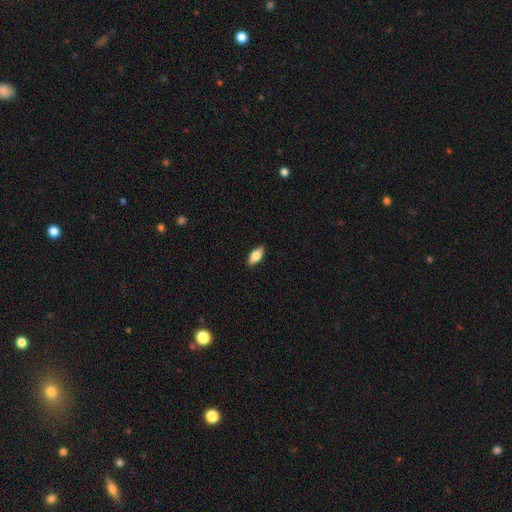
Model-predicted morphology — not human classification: smooth-or-featured: smooth: 68% | featured or disk: 25% | star or artifact: 7%
  how-rounded: in between: 83% | cigar-shaped: 14% | round: 3%
  merging: none: 88% | minor disturbance: 9% | major disturbance: 2% | merger: 1%